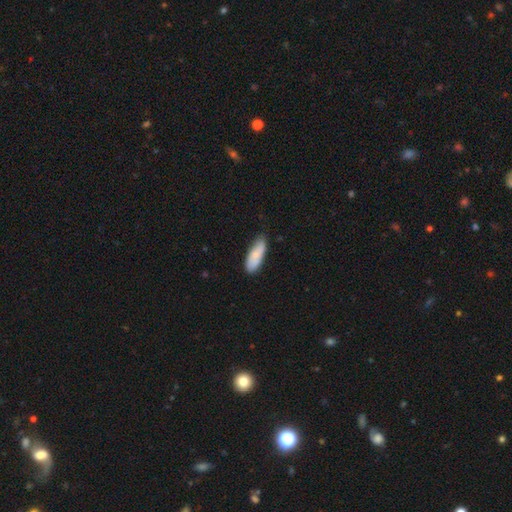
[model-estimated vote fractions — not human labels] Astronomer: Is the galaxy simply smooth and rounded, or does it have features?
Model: smooth — 73%.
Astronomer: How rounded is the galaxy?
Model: in between — 67%.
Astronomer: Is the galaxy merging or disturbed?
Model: none — 72%.